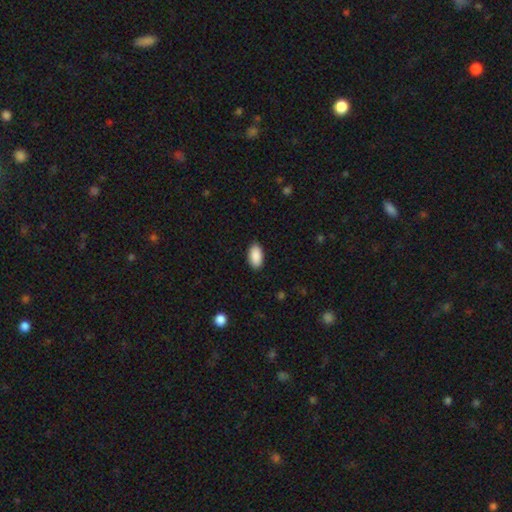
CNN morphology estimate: Smooth or featured? Predicted: smooth (p=0.91). How rounded? Predicted: in between (p=0.95). Merging? Predicted: none (p=0.89).